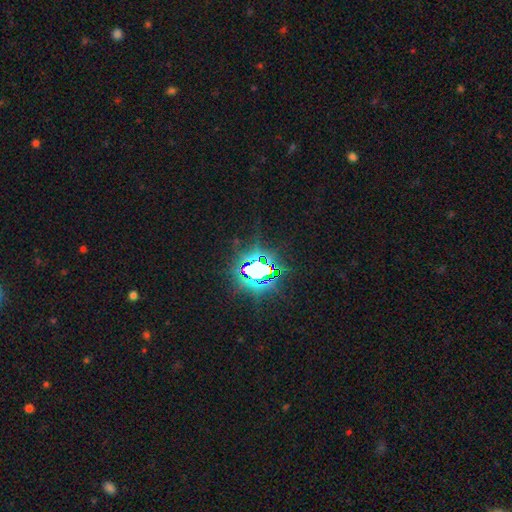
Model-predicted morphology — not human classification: This is clearly a star or artifact rather than a galaxy (85%).